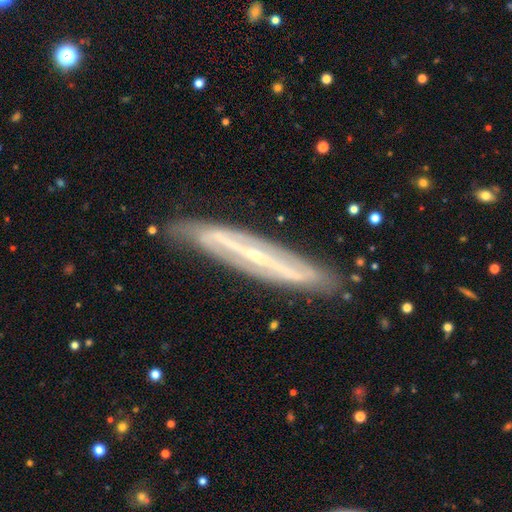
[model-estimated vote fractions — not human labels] smooth_or_featured: featured or disk (p=0.80) [alt: smooth p=0.13]
disk_edge_on: yes (p=0.60) [alt: no p=0.40]
merging: none (p=0.82) [alt: minor disturbance p=0.14]